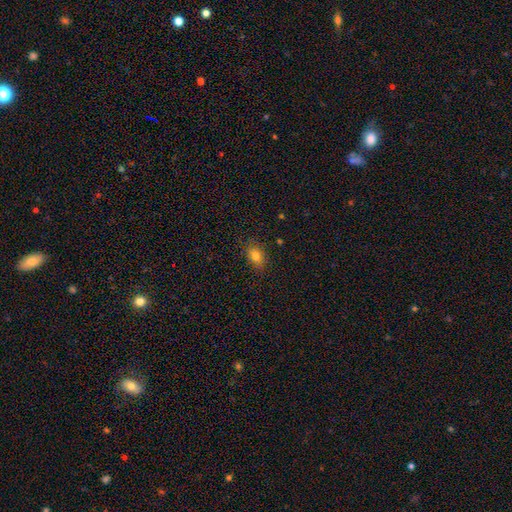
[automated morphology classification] This is clearly a smooth galaxy (81%). How rounded: likely in between (79%). Merging: clearly none (84%).